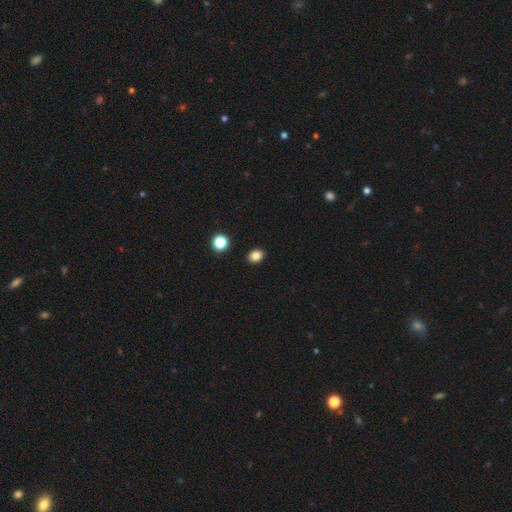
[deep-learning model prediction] smooth 84%, star or artifact 12%, featured or disk 5%. Down the decision tree: how rounded — round (50%); merging — none (90%).